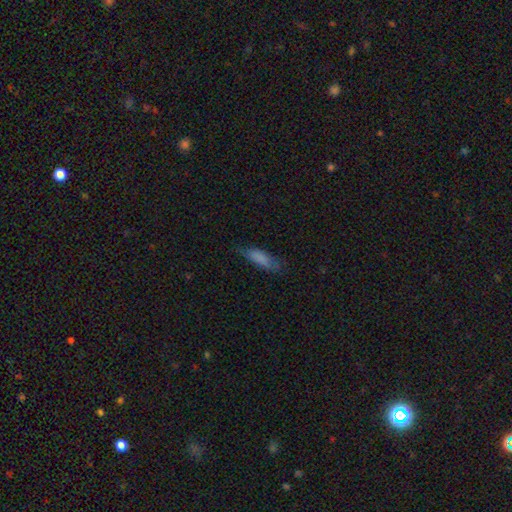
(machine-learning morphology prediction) Overall: smooth (68%). How rounded: cigar-shaped (62%; in between 36%). Merging: none (70%).